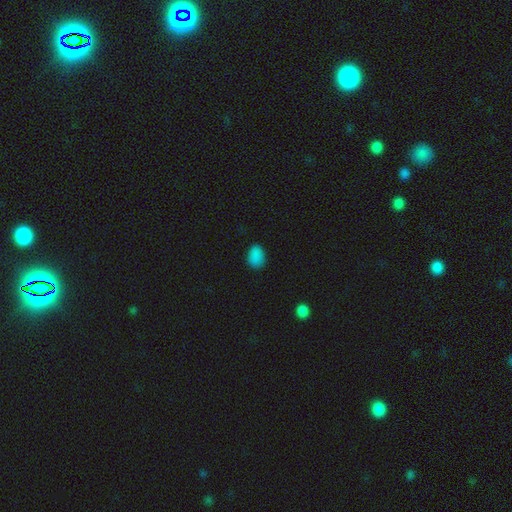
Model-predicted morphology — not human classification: Smooth or featured?
  - smooth: 84% *
  - star or artifact: 13%
  - featured or disk: 3%
How rounded?
  - in between: 78% *
  - round: 21%
  - cigar-shaped: 1%
Merging?
  - none: 82% *
  - minor disturbance: 14%
  - major disturbance: 3%
  - merger: 1%